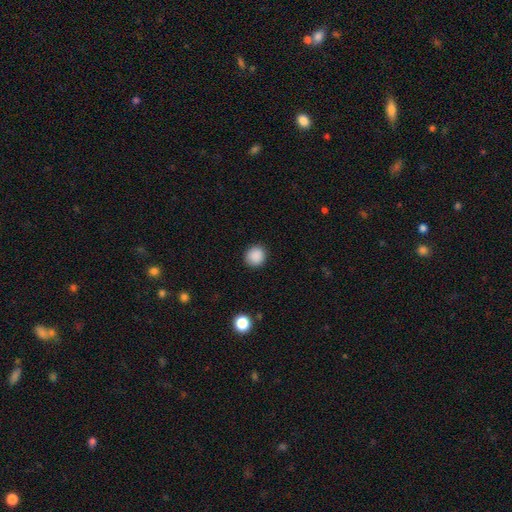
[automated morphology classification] Smooth or featured: smooth — 88% (star or artifact — 9%)
How rounded: round — 89% (in between — 10%)
Merging: none — 90% (minor disturbance — 7%)